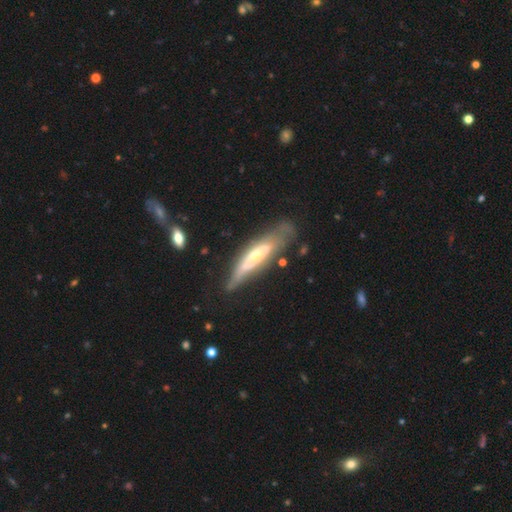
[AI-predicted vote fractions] Smooth or featured? Predicted: featured or disk (p=0.67). Edge-on disk? Predicted: yes (p=0.56). Merging? Predicted: none (p=0.57).